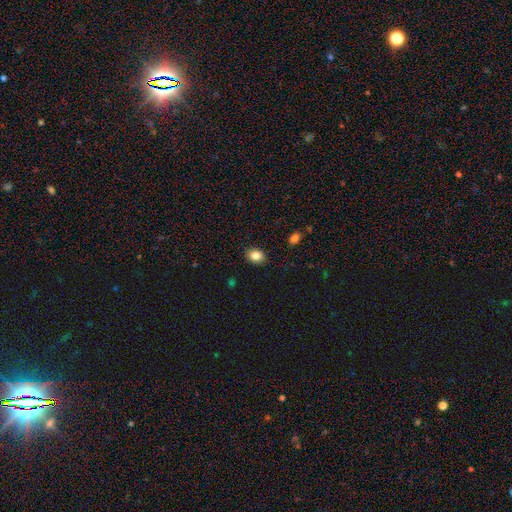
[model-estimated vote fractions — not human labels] This is clearly a smooth galaxy (85%). How rounded: possibly in between (57%). Merging: clearly none (89%).